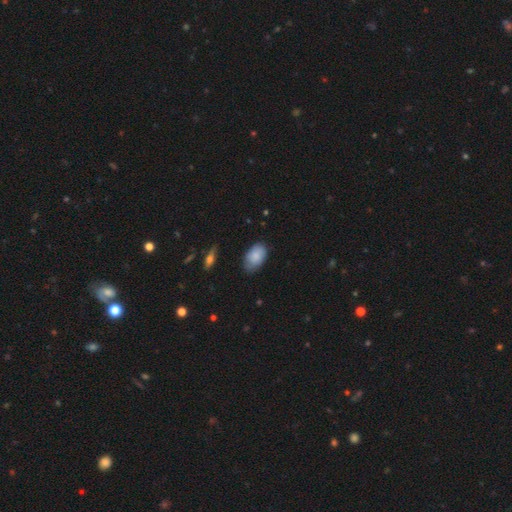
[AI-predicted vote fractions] smooth-or-featured: smooth: 83% | featured or disk: 10% | star or artifact: 6%
  how-rounded: in between: 92% | round: 7% | cigar-shaped: 1%
  merging: none: 74% | minor disturbance: 21% | major disturbance: 3% | merger: 1%